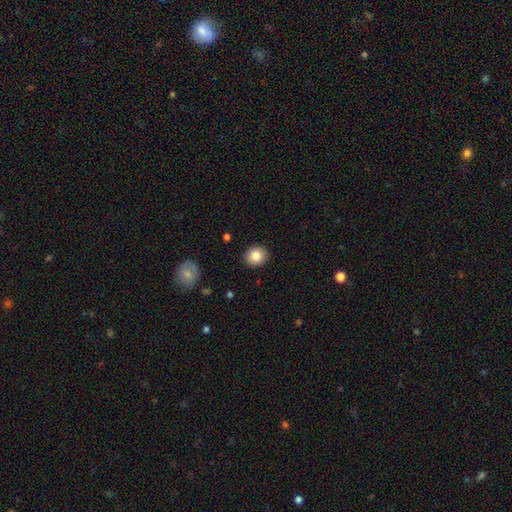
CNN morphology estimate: smooth_or_featured: smooth (p=0.84) [alt: star or artifact p=0.09]
how_rounded: round (p=0.76) [alt: in between p=0.23]
merging: none (p=0.90) [alt: minor disturbance p=0.07]